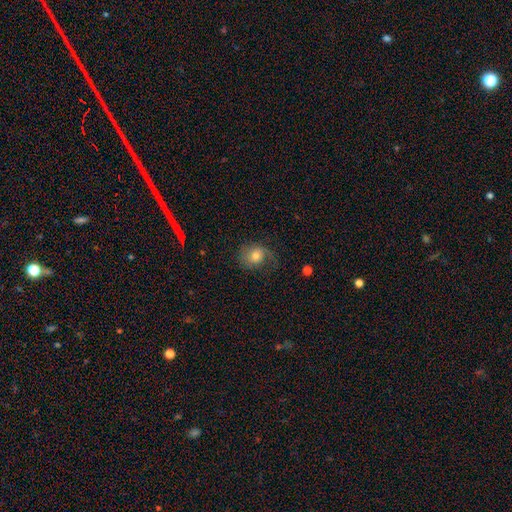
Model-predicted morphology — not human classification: Q: Smooth or featured?
A: smooth (53%); runner-up: featured or disk (37%)
Q: How rounded?
A: round (63%); runner-up: in between (36%)
Q: Merging?
A: none (50%); runner-up: major disturbance (25%)